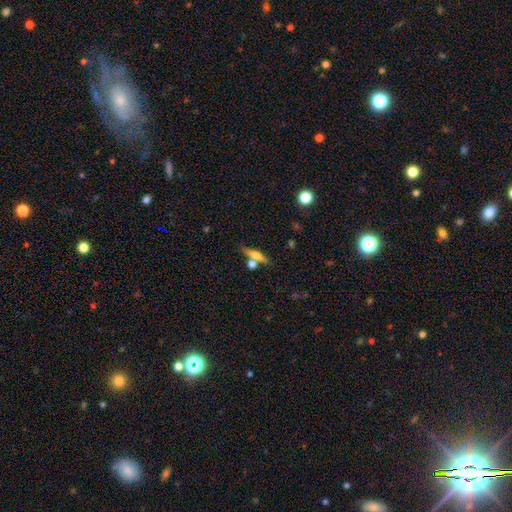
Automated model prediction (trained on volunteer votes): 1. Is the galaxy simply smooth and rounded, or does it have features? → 48% featured or disk, 43% smooth, 9% star or artifact.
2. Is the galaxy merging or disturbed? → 66% none, 20% merger, 10% minor disturbance, 4% major disturbance.